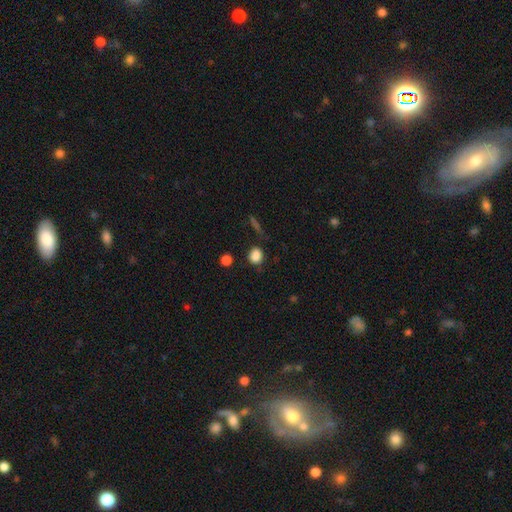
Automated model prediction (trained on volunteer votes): A smooth galaxy with no disk features (86%) that is round (67%).

Vote fractions:
- Smooth or featured? smooth: 86% / star or artifact: 10% / featured or disk: 4%
- How rounded? round: 67% / in between: 32% / cigar-shaped: 2%
- Merging? none: 77% / minor disturbance: 15% / major disturbance: 5% / merger: 4%